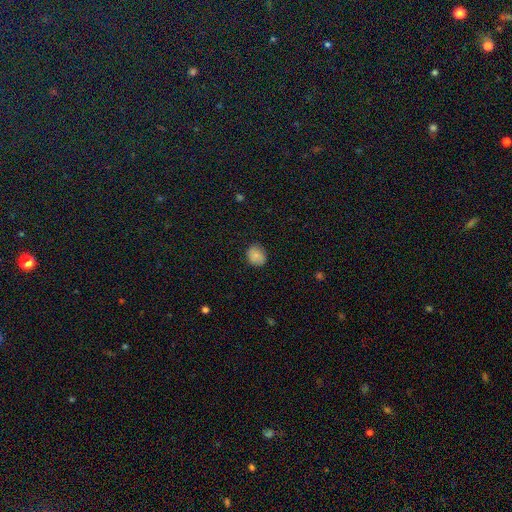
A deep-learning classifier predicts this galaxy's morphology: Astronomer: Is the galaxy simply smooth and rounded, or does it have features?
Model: smooth — 83%.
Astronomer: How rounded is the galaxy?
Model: round — 65%.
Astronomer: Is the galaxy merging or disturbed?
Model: none — 80%.